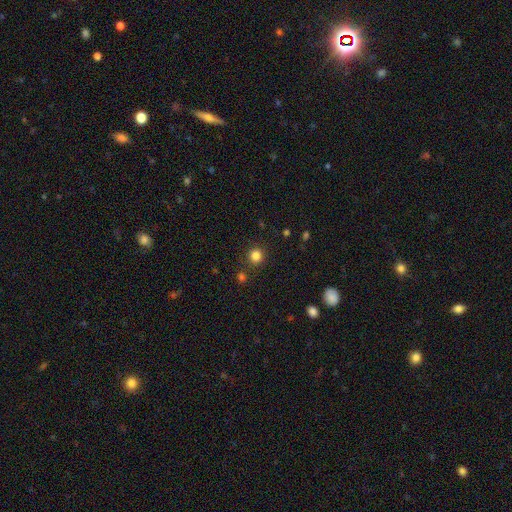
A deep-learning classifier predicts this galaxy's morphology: type=smooth (83%); roundness=round (93%); merging=none (87%).